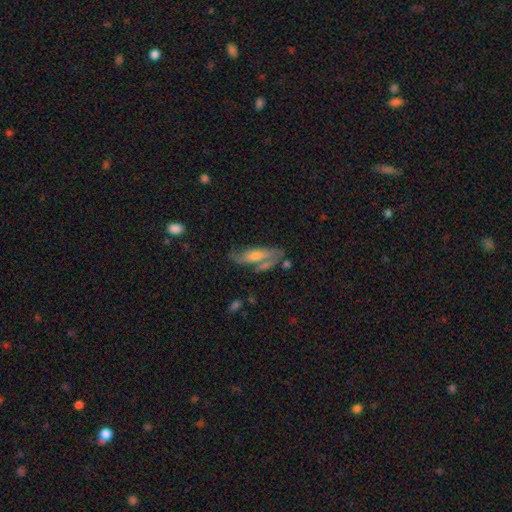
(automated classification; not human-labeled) Smooth or featured? Predicted: featured or disk (p=0.52). Edge-on disk? Predicted: no (p=0.71). Merging? Predicted: none (p=0.50).